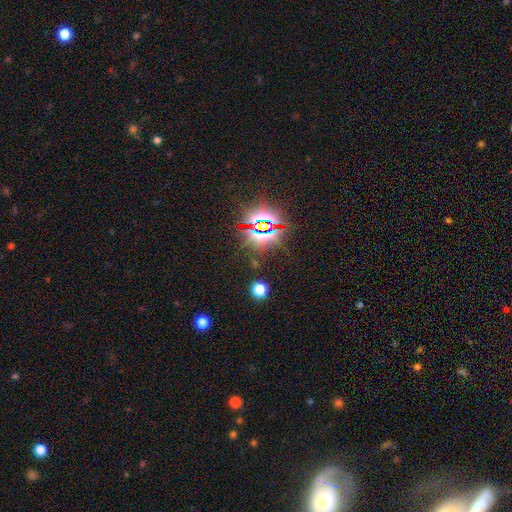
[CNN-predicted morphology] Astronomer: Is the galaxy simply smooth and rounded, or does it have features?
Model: star or artifact — 81%.